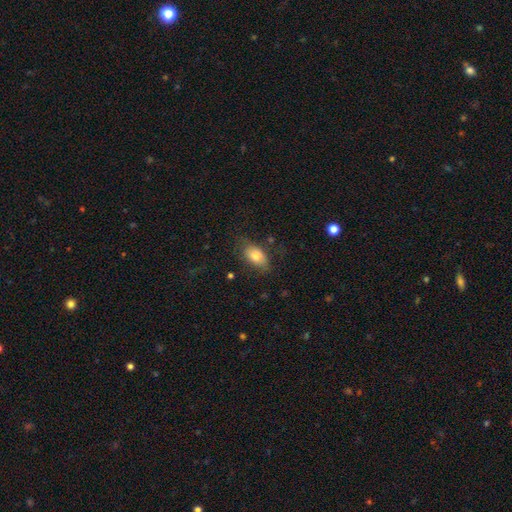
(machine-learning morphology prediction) Q: Smooth or featured?
A: smooth (78%); runner-up: featured or disk (14%)
Q: How rounded?
A: in between (89%); runner-up: round (7%)
Q: Merging?
A: none (67%); runner-up: minor disturbance (22%)